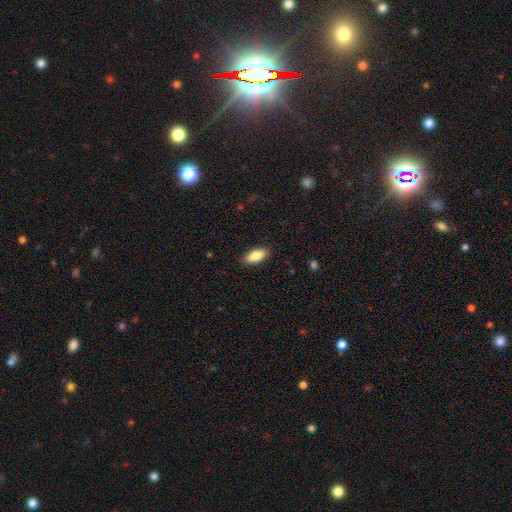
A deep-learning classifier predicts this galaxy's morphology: Smooth or featured? smooth (85%)
How rounded? in between (88%)
Merging? none (88%)